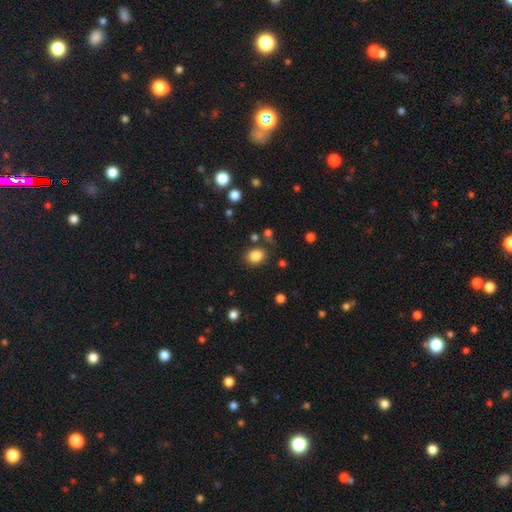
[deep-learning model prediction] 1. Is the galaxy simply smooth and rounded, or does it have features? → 84% smooth, 10% star or artifact, 5% featured or disk.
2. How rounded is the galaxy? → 51% in between, 48% round, 1% cigar-shaped.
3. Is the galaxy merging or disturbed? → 80% none, 11% minor disturbance, 4% merger, 4% major disturbance.